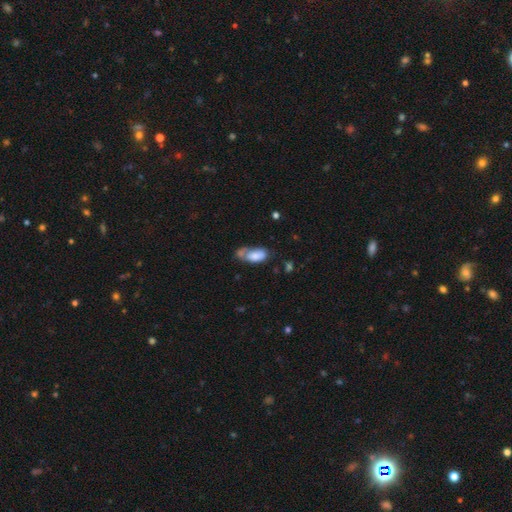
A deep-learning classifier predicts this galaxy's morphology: A smooth galaxy with no disk features (73%) that is in between round and cigar-shaped (90%). Merging: none (31%).